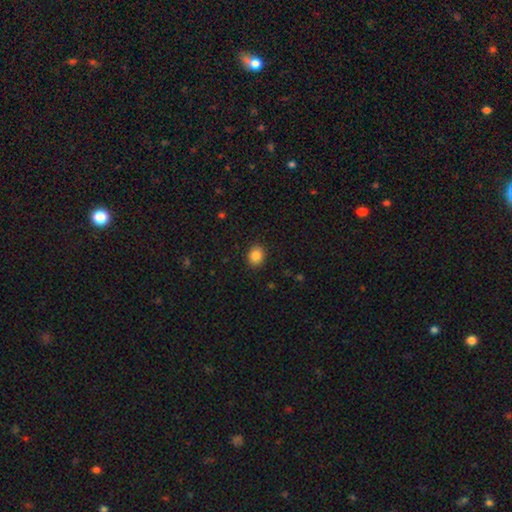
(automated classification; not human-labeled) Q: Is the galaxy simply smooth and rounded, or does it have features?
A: smooth — 87%.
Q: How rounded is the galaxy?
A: round — 63%.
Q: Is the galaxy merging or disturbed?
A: none — 90%.